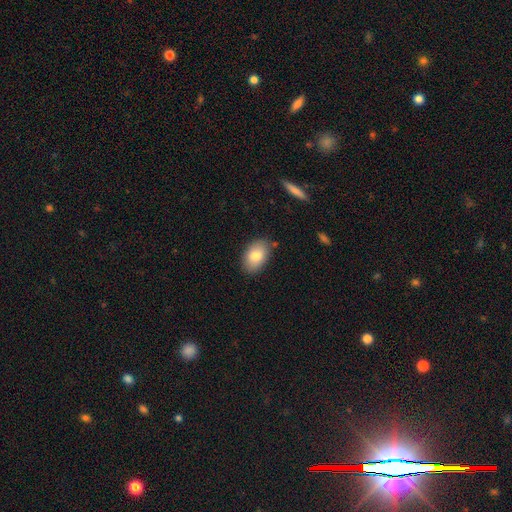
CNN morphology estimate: smooth 80%, featured or disk 13%, star or artifact 7%. Down the decision tree: how rounded — in between (89%); merging — none (83%).